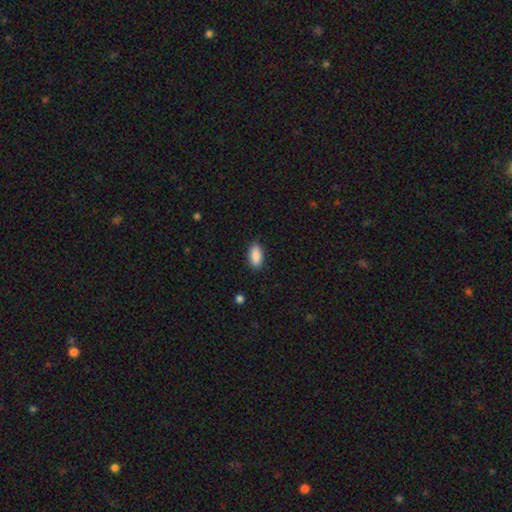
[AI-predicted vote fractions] Smooth or featured: smooth — 89% (star or artifact — 7%)
How rounded: in between — 88% (cigar-shaped — 10%)
Merging: none — 87% (minor disturbance — 10%)